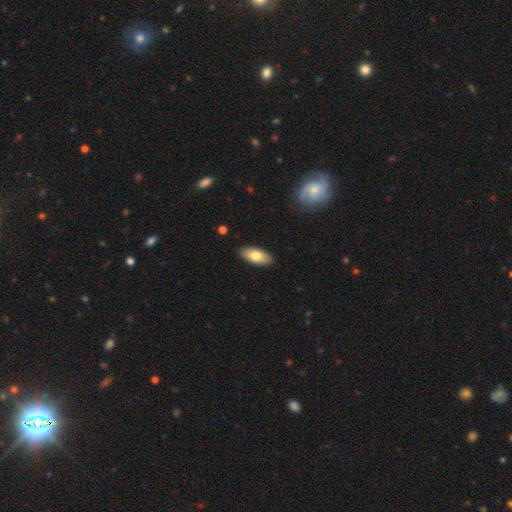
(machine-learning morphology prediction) Smooth or featured? Predicted: smooth (p=0.78). How rounded? Predicted: in between (p=0.89). Merging? Predicted: none (p=0.88).